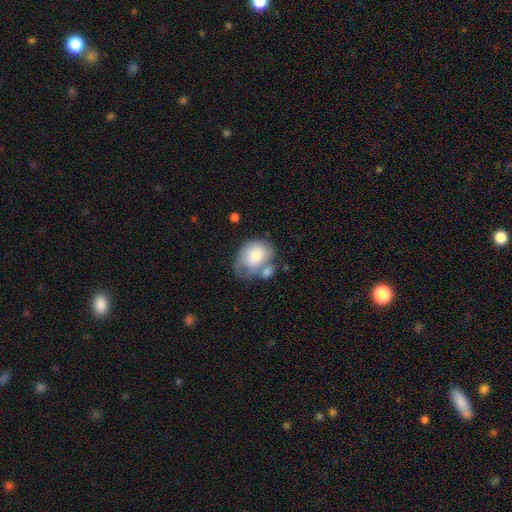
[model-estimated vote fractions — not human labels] Smooth or featured?
  - smooth: 71% *
  - featured or disk: 22%
  - star or artifact: 7%
How rounded?
  - in between: 63% *
  - round: 36%
  - cigar-shaped: 1%
Merging?
  - merger: 33% *
  - none: 30%
  - minor disturbance: 22%
  - major disturbance: 15%